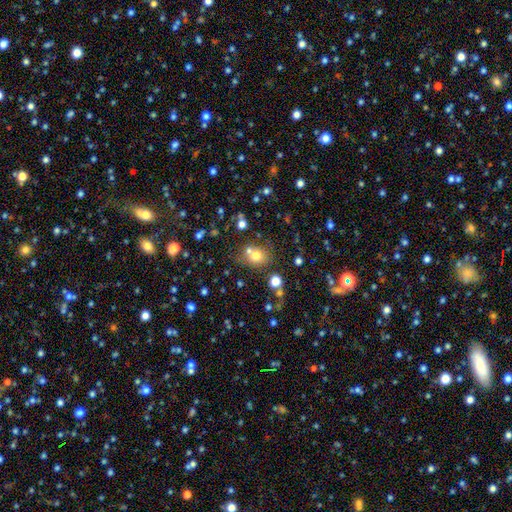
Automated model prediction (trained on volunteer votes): Smooth or featured?
  - smooth: 71% *
  - star or artifact: 16%
  - featured or disk: 13%
How rounded?
  - round: 68% *
  - in between: 31%
  - cigar-shaped: 1%
Merging?
  - none: 55% *
  - merger: 28%
  - minor disturbance: 12%
  - major disturbance: 5%